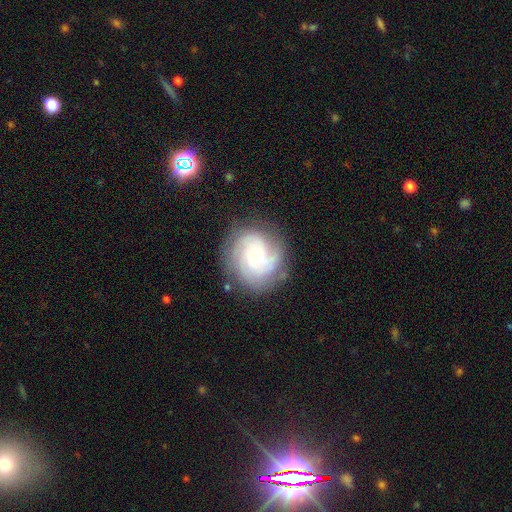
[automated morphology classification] Smooth or featured?
  - featured or disk: 79% *
  - smooth: 15%
  - star or artifact: 7%
Edge-on disk?
  - no: 98% *
  - yes: 2%
Bar?
  - no: 75% *
  - weak: 22%
  - strong: 4%
Spiral arms?
  - yes: 96% *
  - no: 4%
Spiral winding?
  - tight: 62% *
  - medium: 31%
  - loose: 7%
Spiral arm count?
  - 3: 35% *
  - can't tell: 22%
  - 4: 19%
  - 2: 12%
  - more than 4: 6%
  - 1: 5%
Bulge size?
  - small: 57% *
  - moderate: 38%
  - large: 3%
  - none: 1%
  - dominant: 1%
Merging?
  - none: 79% *
  - minor disturbance: 14%
  - major disturbance: 5%
  - merger: 2%